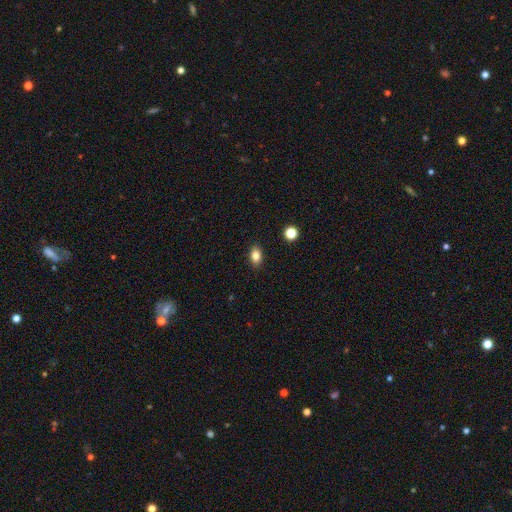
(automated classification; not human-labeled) This appears to be a smooth galaxy with no disk features (84%) that is in between round and cigar-shaped (83%). Merging: none (88%).